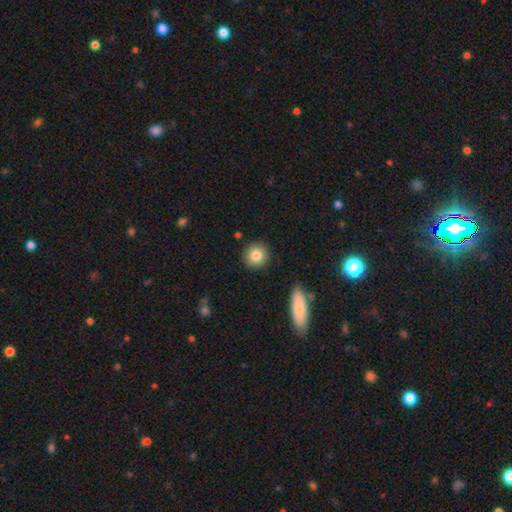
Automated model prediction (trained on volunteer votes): smooth_or_featured: smooth (p=0.84) [alt: star or artifact p=0.08]
how_rounded: round (p=0.92) [alt: in between p=0.07]
merging: none (p=0.90) [alt: minor disturbance p=0.06]